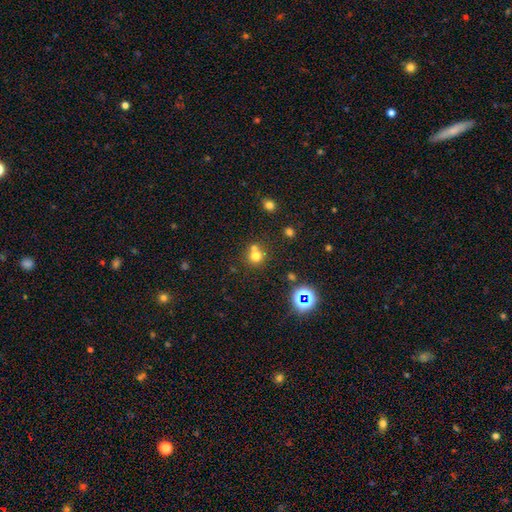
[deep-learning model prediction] This is likely a smooth galaxy (69%). How rounded: clearly round (89%). Merging: possibly none (55%).